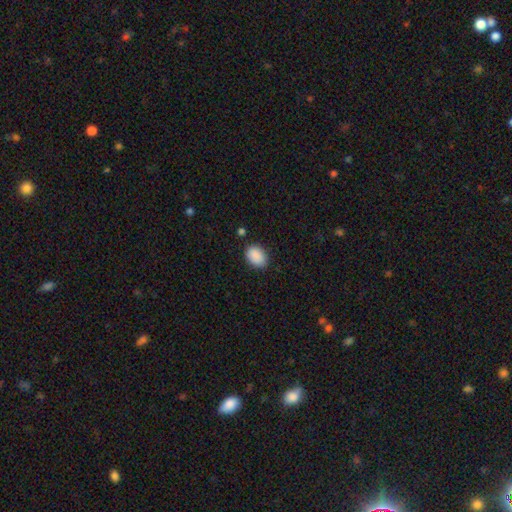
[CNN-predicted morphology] Smooth or featured? Predicted: smooth (p=0.90). How rounded? Predicted: in between (p=0.81). Merging? Predicted: none (p=0.84).